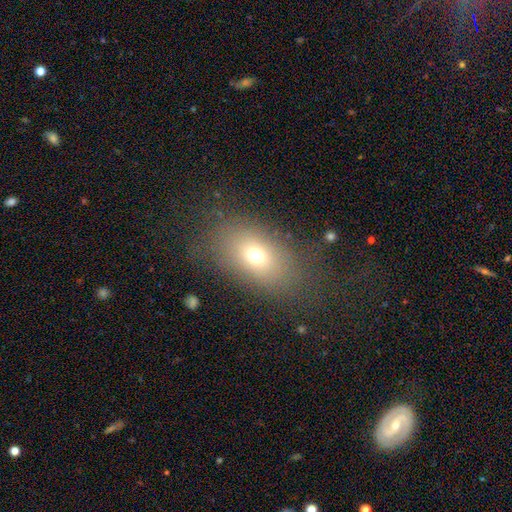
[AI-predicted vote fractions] smooth_or_featured: smooth (p=0.68) [alt: featured or disk p=0.17]
how_rounded: in between (p=0.81) [alt: round p=0.17]
merging: none (p=0.75) [alt: minor disturbance p=0.13]